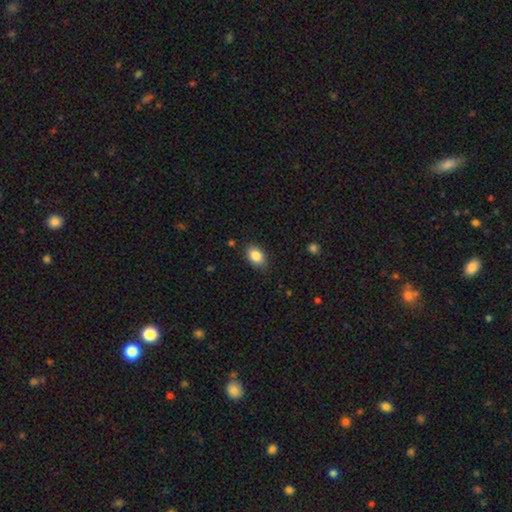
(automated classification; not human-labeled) smooth_or_featured: smooth (p=0.85) [alt: star or artifact p=0.08]
how_rounded: in between (p=0.84) [alt: round p=0.15]
merging: none (p=0.82) [alt: minor disturbance p=0.14]